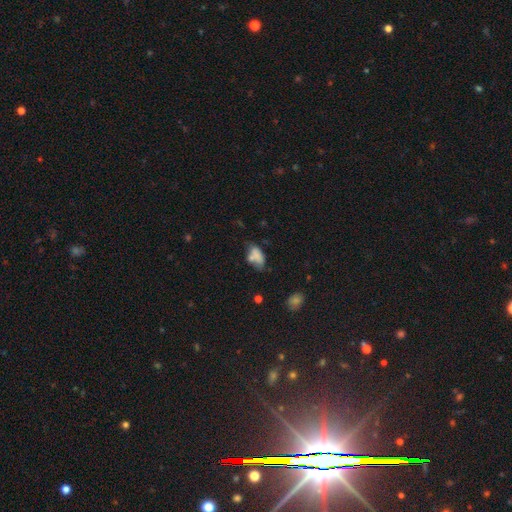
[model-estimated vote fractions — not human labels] A smooth galaxy with no disk features (71%) that is in between round and cigar-shaped (88%).

Vote fractions:
- Smooth or featured? smooth: 71% / featured or disk: 19% / star or artifact: 10%
- How rounded? in between: 88% / cigar-shaped: 6% / round: 6%
- Merging? none: 36% / minor disturbance: 27% / merger: 23% / major disturbance: 14%